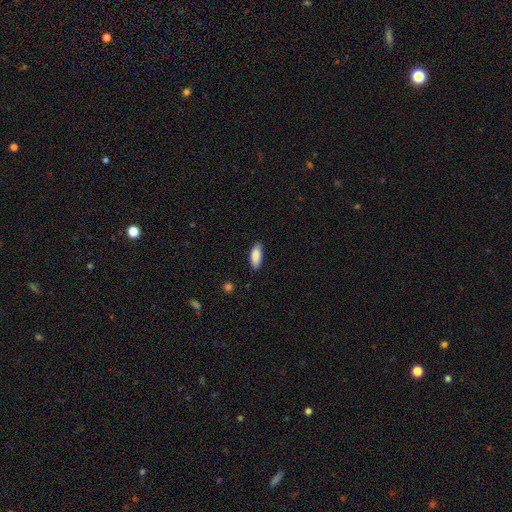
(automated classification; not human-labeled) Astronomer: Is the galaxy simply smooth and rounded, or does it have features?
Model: smooth — 88%.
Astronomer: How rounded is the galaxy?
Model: in between — 79%.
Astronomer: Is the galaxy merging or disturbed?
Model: none — 83%.